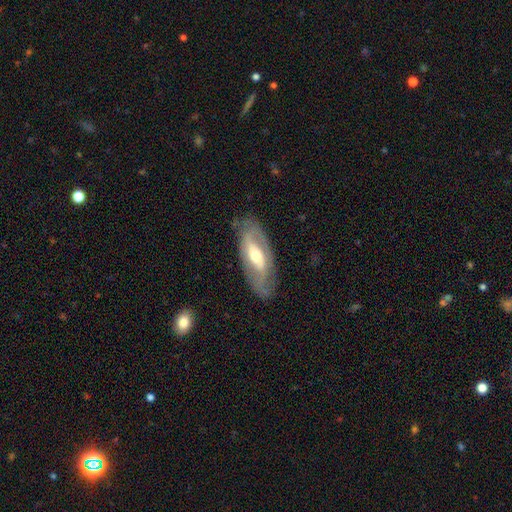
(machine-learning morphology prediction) The model was most divided on "bar" (2-way tie): strong: 35%, weak: 35%, no: 30%. More confident: edge-on disk — no (84%); merging — none (76%); smooth or featured — featured or disk (70%); spiral arms — yes (65%); bulge size — moderate (64%).